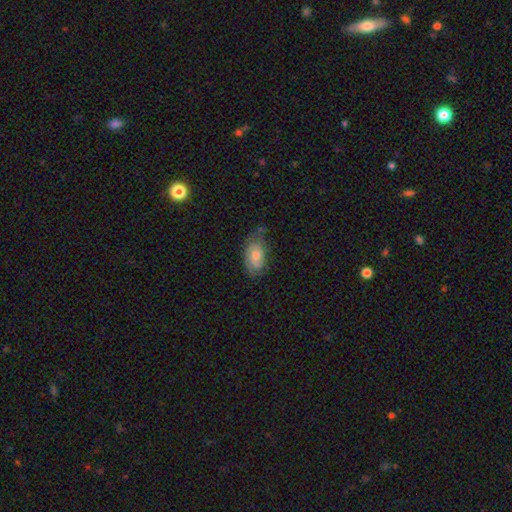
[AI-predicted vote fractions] Smooth or featured? Predicted: smooth (p=0.61). How rounded? Predicted: in between (p=0.90). Merging? Predicted: none (p=0.54).